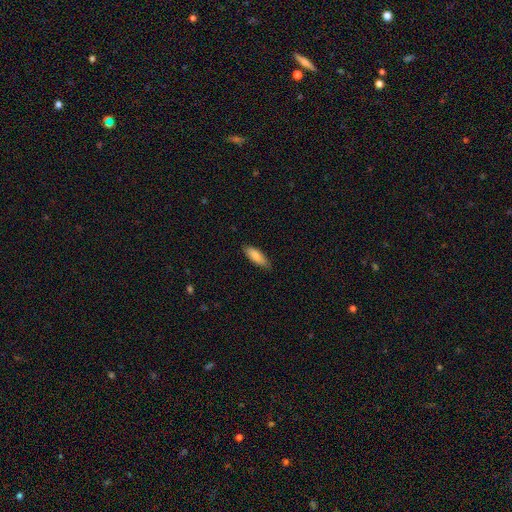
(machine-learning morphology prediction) Smooth or featured: smooth — 85% (featured or disk — 10%)
How rounded: in between — 62% (cigar-shaped — 37%)
Merging: none — 82% (minor disturbance — 15%)